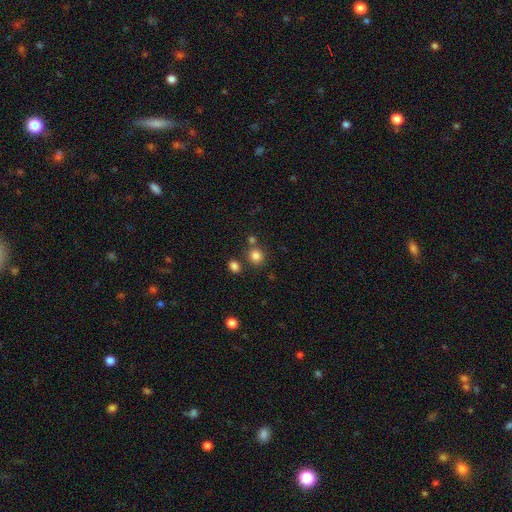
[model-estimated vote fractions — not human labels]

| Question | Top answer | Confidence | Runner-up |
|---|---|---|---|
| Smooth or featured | smooth | 83% | star or artifact (12%) |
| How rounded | round | 83% | in between (16%) |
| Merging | none | 74% | merger (14%) |